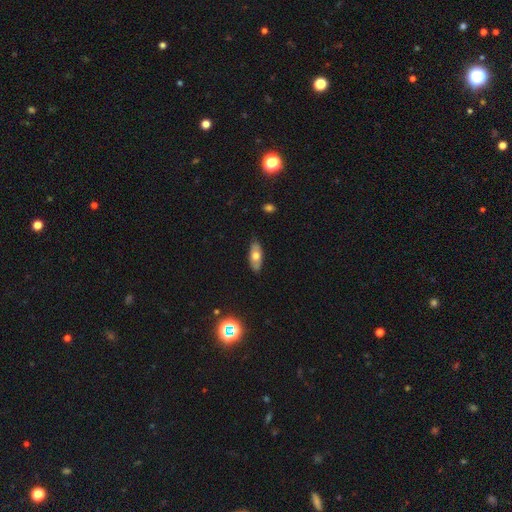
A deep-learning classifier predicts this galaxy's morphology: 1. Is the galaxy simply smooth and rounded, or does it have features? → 58% smooth, 34% featured or disk, 8% star or artifact.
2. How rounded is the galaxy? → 82% in between, 14% cigar-shaped, 3% round.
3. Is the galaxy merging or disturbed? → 84% none, 12% minor disturbance, 2% major disturbance, 1% merger.